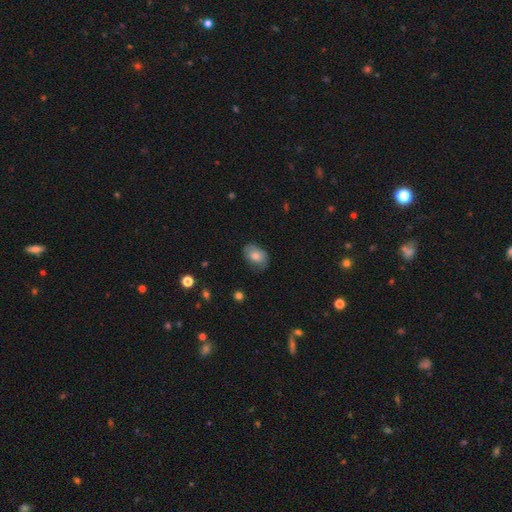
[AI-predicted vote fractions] A smooth galaxy with no disk features (75%) that is in between round and cigar-shaped (80%).

Vote fractions:
- Smooth or featured? smooth: 75% / featured or disk: 17% / star or artifact: 8%
- How rounded? in between: 80% / round: 19% / cigar-shaped: 1%
- Merging? none: 69% / minor disturbance: 24% / major disturbance: 6% / merger: 1%